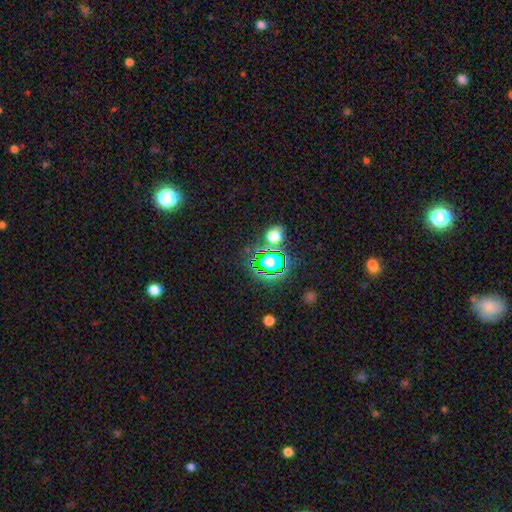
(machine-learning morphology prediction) Smooth or featured?
  - star or artifact: 75% *
  - smooth: 17%
  - featured or disk: 8%